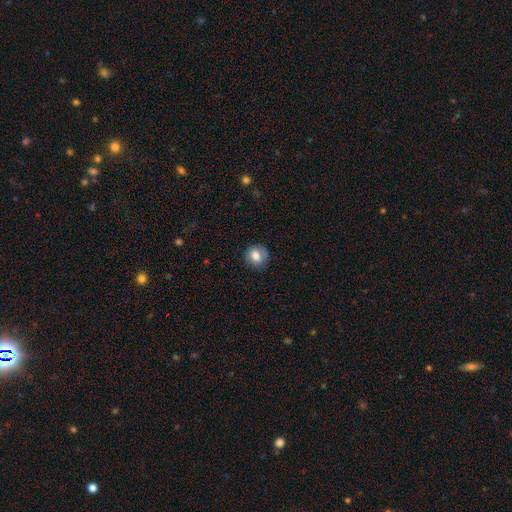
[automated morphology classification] This appears to be a smooth galaxy with no disk features (76%) that is round (78%). Merging: none (81%).